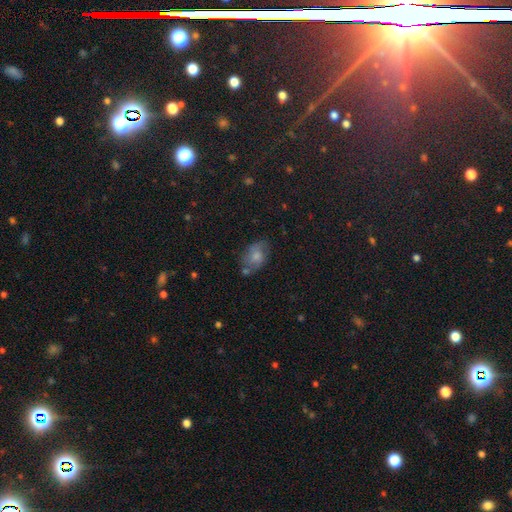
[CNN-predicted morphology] Overall: smooth (58%; featured or disk 32%). How rounded: in between (86%). Merging: none (58%; minor disturbance 26%).